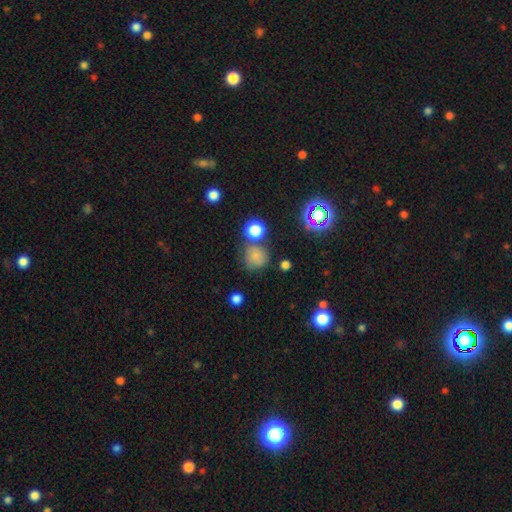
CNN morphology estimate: The model was most divided on "merging": none: 62%, minor disturbance: 17%, merger: 14%, major disturbance: 7%. More confident: how rounded — round (86%); smooth or featured — smooth (71%).